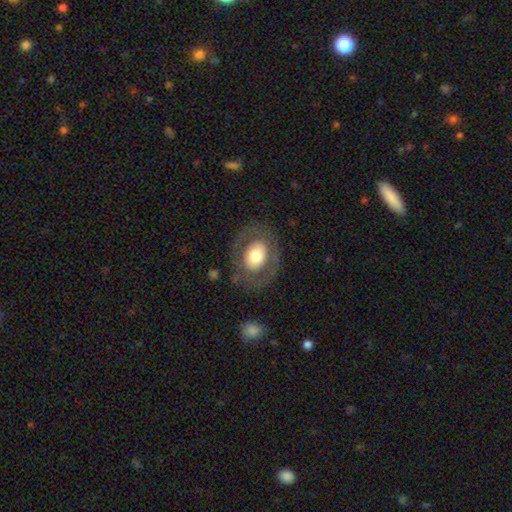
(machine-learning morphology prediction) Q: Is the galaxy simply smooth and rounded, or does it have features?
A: smooth — 55%.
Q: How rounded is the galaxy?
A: in between — 57%.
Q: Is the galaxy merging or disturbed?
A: none — 77%.